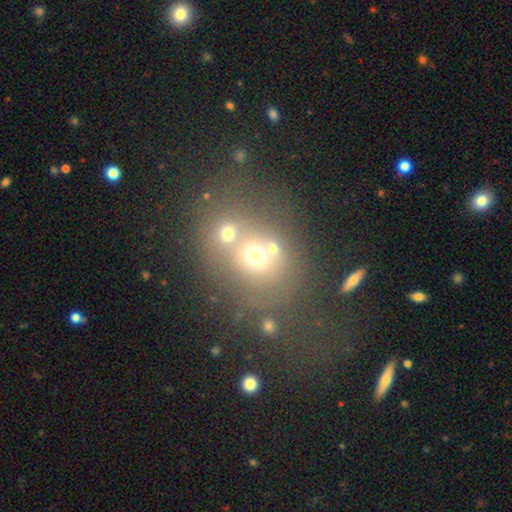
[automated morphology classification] Smooth or featured? Predicted: smooth (p=0.57). How rounded? Predicted: round (p=0.64). Merging? Predicted: merger (p=0.48).